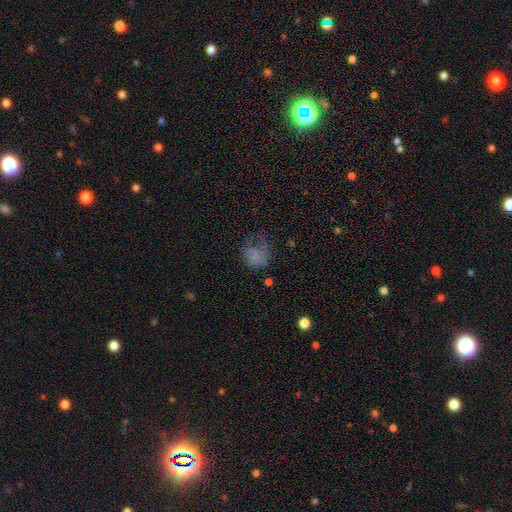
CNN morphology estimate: Smooth or featured? Predicted: smooth (p=0.64). How rounded? Predicted: round (p=0.56). Merging? Predicted: major disturbance (p=0.43).